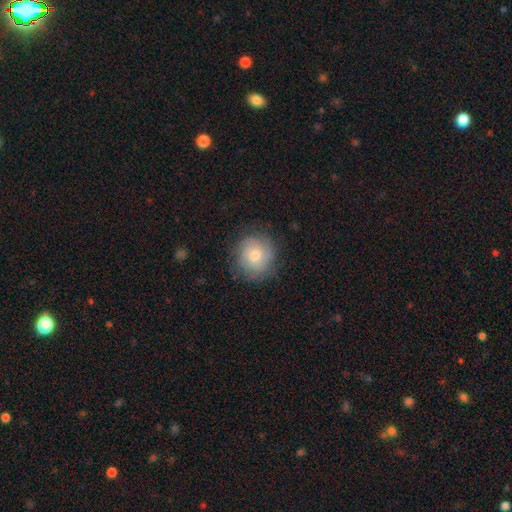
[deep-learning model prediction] A smooth galaxy with no disk features (64%) that is round (88%). Merging: none (79%).